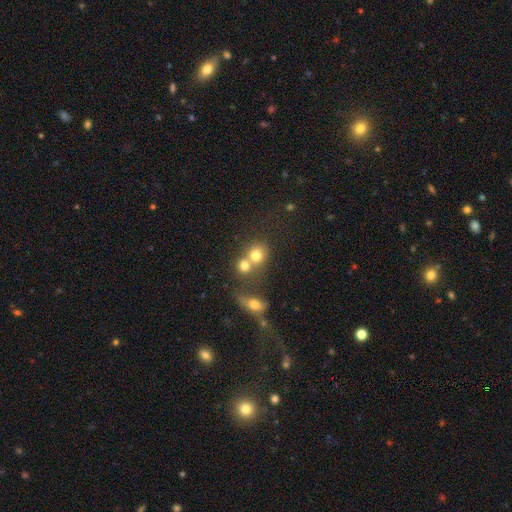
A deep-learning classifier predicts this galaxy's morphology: A smooth galaxy with no disk features (74%) that is round (78%). Merging: merger (52%).